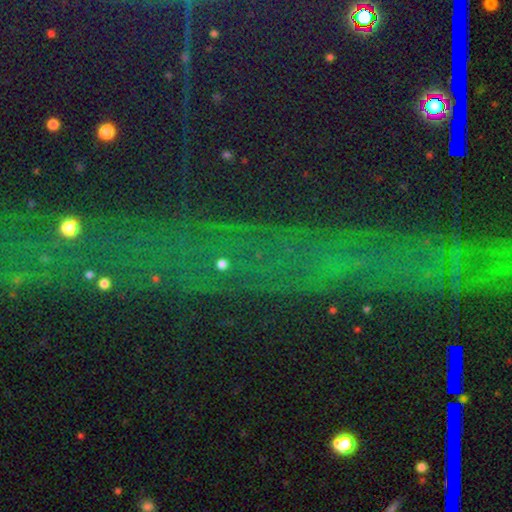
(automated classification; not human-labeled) Morphology: type=star or artifact (79%).